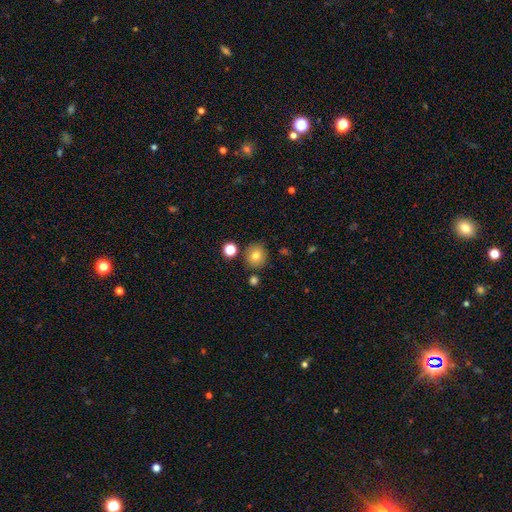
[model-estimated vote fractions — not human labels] Overall: smooth (78%). How rounded: round (87%). Merging: none (82%).